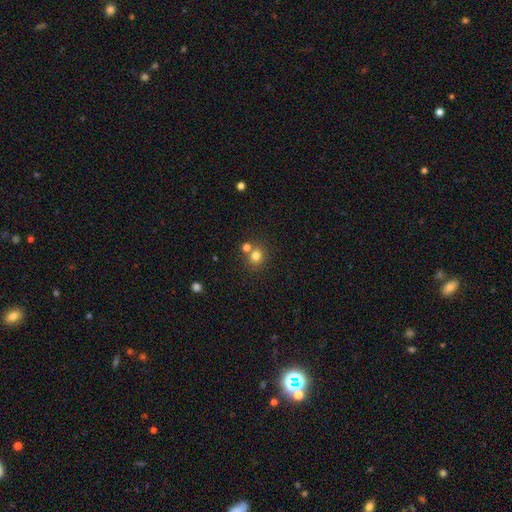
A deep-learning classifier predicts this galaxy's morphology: This appears to be a smooth galaxy with no disk features (79%) that is round (81%). Merging: none (66%).